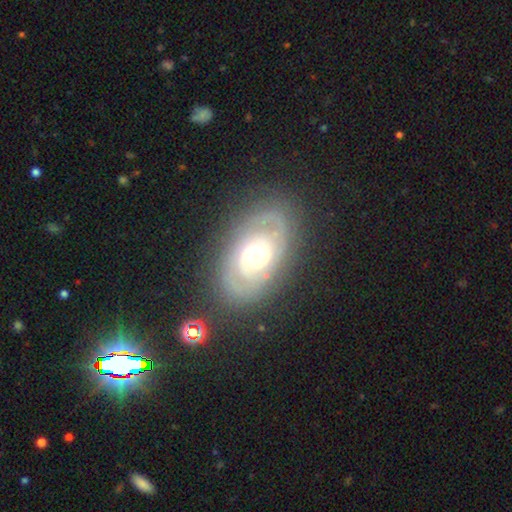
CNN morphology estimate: smooth_or_featured: featured or disk (p=0.79) [alt: smooth p=0.14]
disk_edge_on: no (p=0.95) [alt: yes p=0.05]
bar: weak (p=0.44) [alt: no p=0.36]
has_spiral_arms: yes (p=0.82) [alt: no p=0.18]
spiral_winding: tight (p=0.48) [alt: medium p=0.37]
spiral_arm_count: 2 (p=0.67) [alt: can't tell p=0.19]
bulge_size: moderate (p=0.61) [alt: large p=0.26]
merging: none (p=0.77) [alt: minor disturbance p=0.14]